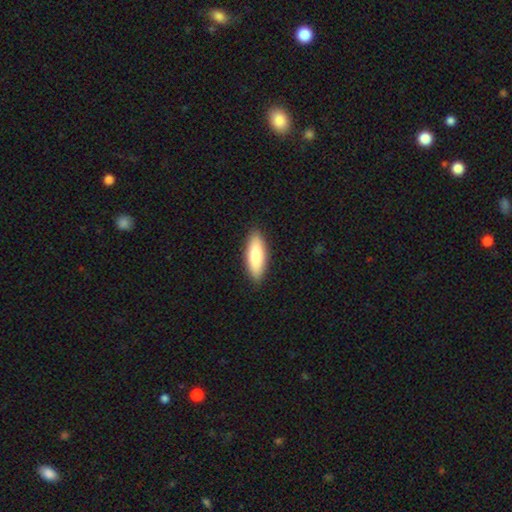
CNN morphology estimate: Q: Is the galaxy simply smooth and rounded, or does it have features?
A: smooth — 84%.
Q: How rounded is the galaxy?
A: in between — 60%.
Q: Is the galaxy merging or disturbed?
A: none — 89%.